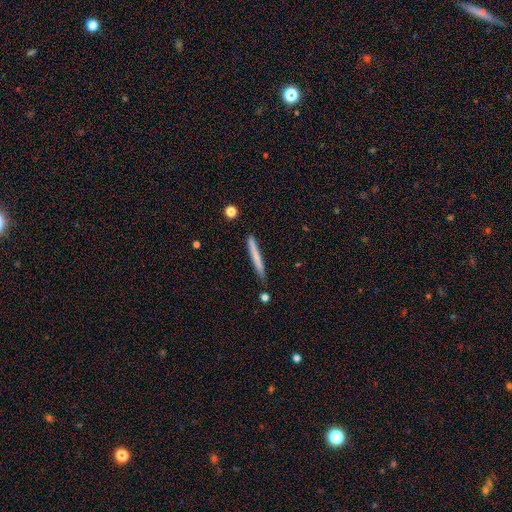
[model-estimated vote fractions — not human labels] A smooth galaxy with no disk features (69%) that is cigar-shaped (97%). Merging: none (87%).